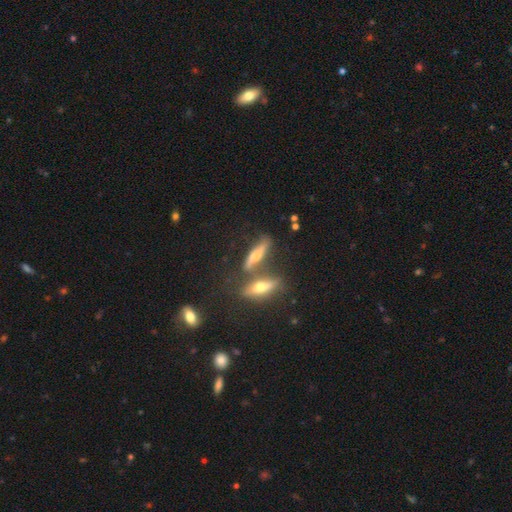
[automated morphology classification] A featured or disk galaxy (49%).

Vote fractions:
- Smooth or featured? featured or disk: 49% / smooth: 40% / star or artifact: 11%
- Merging? none: 45% / merger: 33% / minor disturbance: 14% / major disturbance: 7%